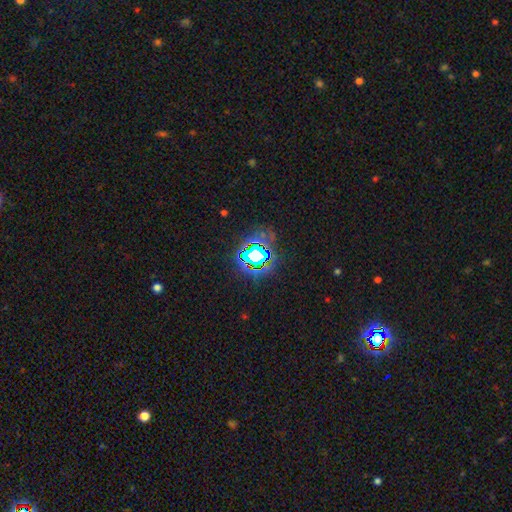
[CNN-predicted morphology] Overall: star or artifact (68%).